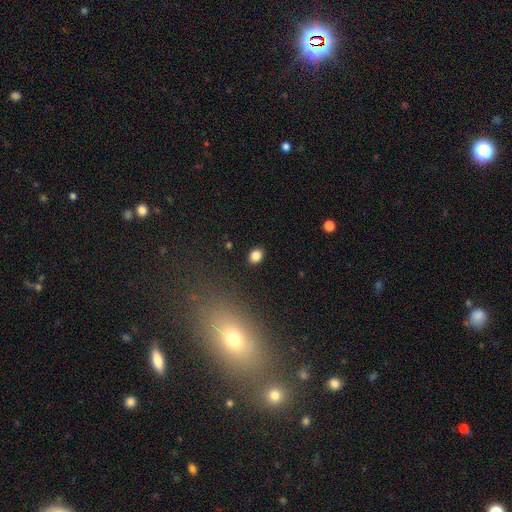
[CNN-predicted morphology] Smooth or featured? Predicted: smooth (p=0.84). How rounded? Predicted: in between (p=0.53). Merging? Predicted: none (p=0.89).